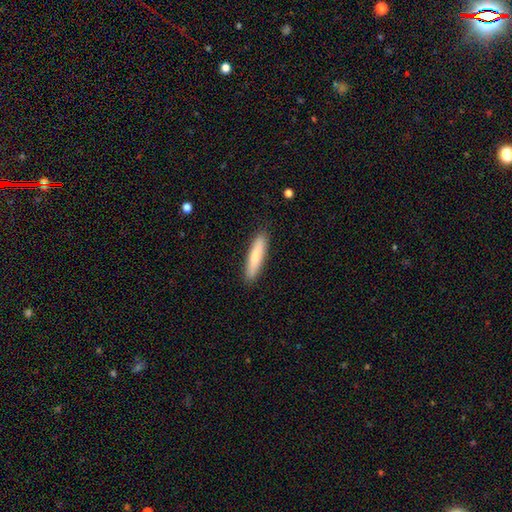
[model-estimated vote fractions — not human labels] smooth_or_featured: smooth (p=0.79) [alt: featured or disk p=0.16]
how_rounded: cigar-shaped (p=0.85) [alt: in between p=0.14]
merging: none (p=0.89) [alt: minor disturbance p=0.08]